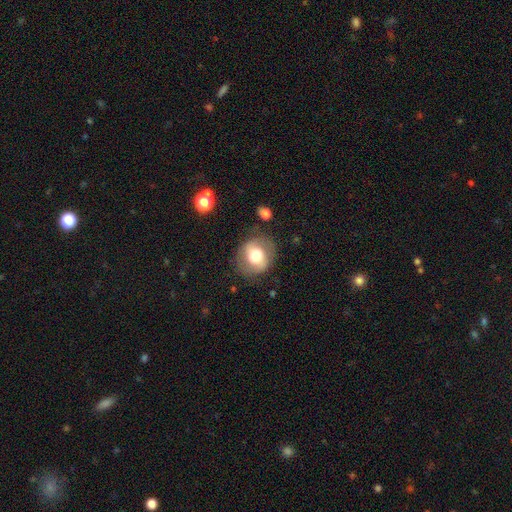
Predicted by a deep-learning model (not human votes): Smooth or featured? Predicted: smooth (p=0.56). How rounded? Predicted: round (p=0.71). Merging? Predicted: none (p=0.77).